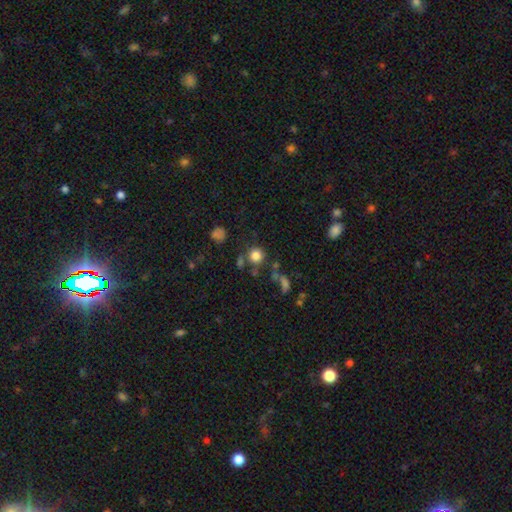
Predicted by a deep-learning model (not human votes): Q: Smooth or featured?
A: smooth (80%); runner-up: star or artifact (13%)
Q: How rounded?
A: round (91%); runner-up: in between (8%)
Q: Merging?
A: none (74%); runner-up: merger (11%)